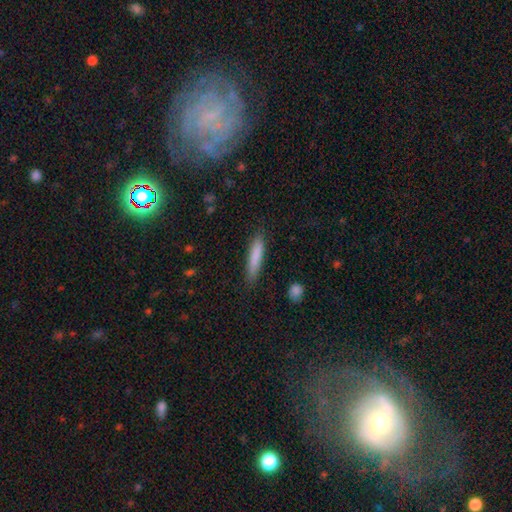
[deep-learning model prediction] smooth-or-featured: smooth: 83% | featured or disk: 11% | star or artifact: 6%
  how-rounded: cigar-shaped: 88% | in between: 11% | round: 1%
  merging: none: 86% | minor disturbance: 10% | major disturbance: 2% | merger: 1%